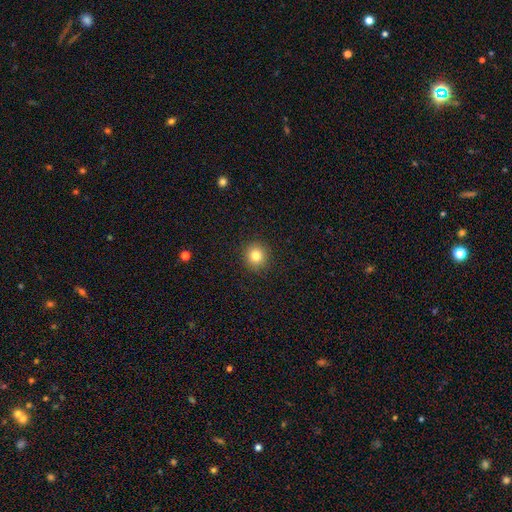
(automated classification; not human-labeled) The model was most divided on "smooth or featured": smooth: 82%, star or artifact: 12%, featured or disk: 7%. More confident: how rounded — round (94%); merging — none (92%).